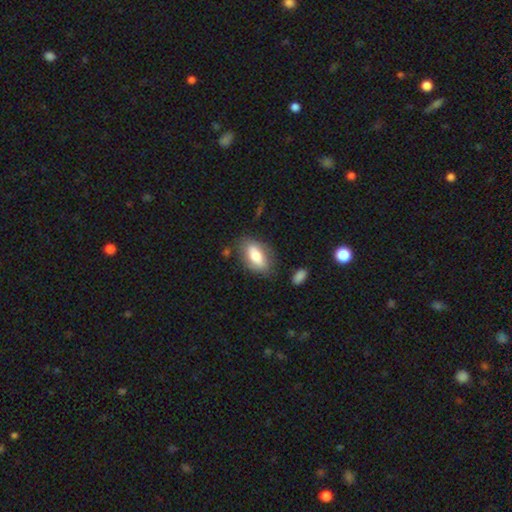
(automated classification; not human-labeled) This is likely a smooth galaxy (69%). How rounded: clearly in between (87%). Merging: likely none (75%).